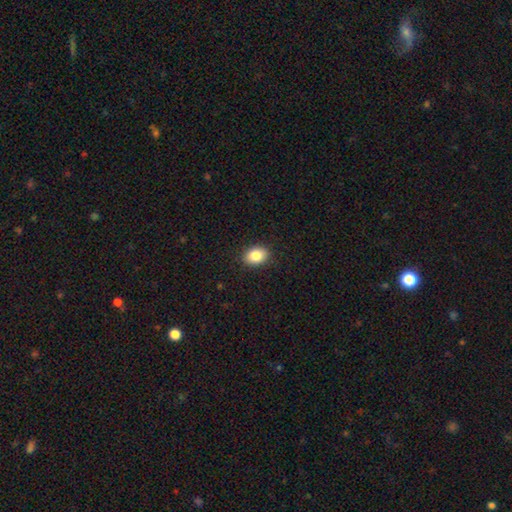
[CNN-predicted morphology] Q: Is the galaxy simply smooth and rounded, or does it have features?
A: smooth — 86%.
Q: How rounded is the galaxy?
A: in between — 72%.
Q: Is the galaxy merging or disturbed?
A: none — 89%.